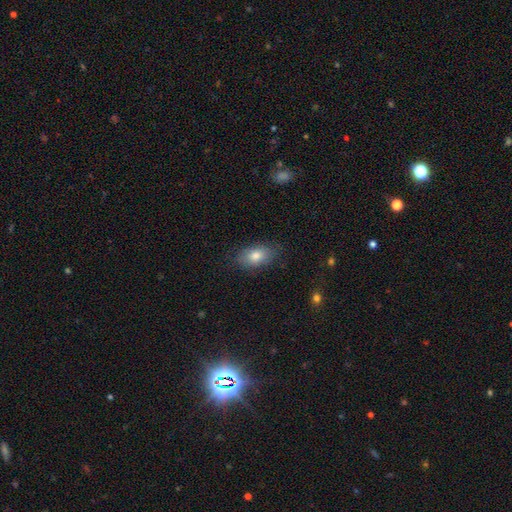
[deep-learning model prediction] A smooth galaxy with no disk features (77%) that is in between round and cigar-shaped (87%). Merging: none (82%).